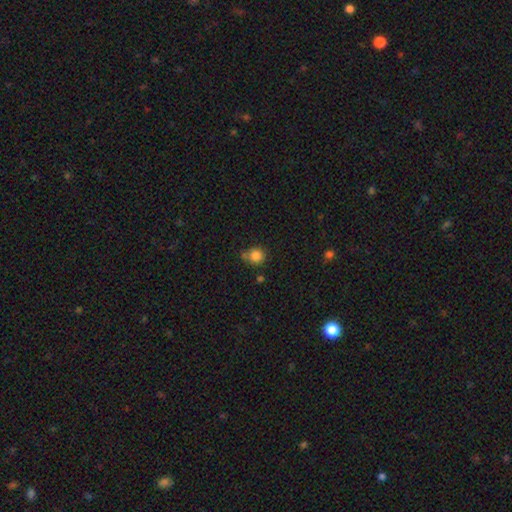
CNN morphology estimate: type=smooth (83%); roundness=round (87%); merging=none (64%).